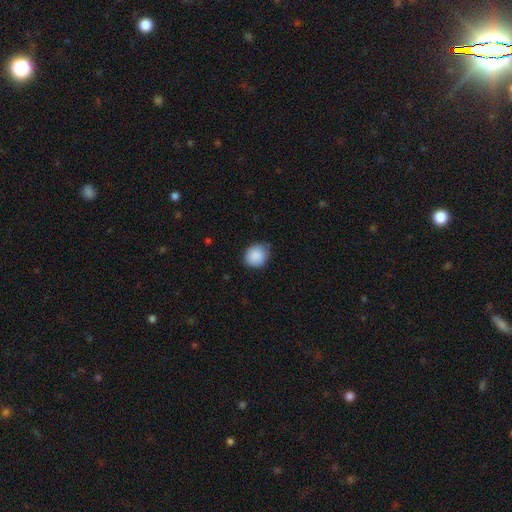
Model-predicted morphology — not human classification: A smooth galaxy with no disk features (89%) that is round (80%). Merging: none (77%).